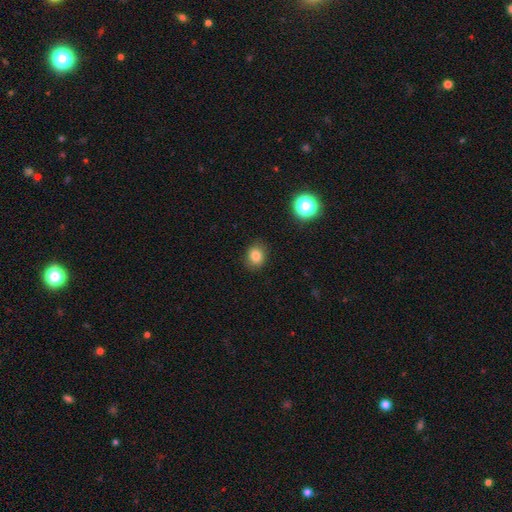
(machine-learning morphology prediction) Q: Smooth or featured?
A: smooth (81%); runner-up: star or artifact (13%)
Q: How rounded?
A: round (61%); runner-up: in between (38%)
Q: Merging?
A: none (86%); runner-up: minor disturbance (10%)